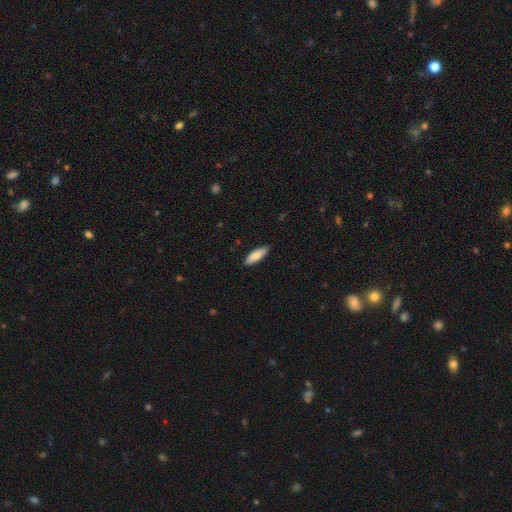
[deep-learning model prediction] smooth 79%, featured or disk 16%, star or artifact 6%. Down the decision tree: how rounded — in between (54%); merging — none (89%).